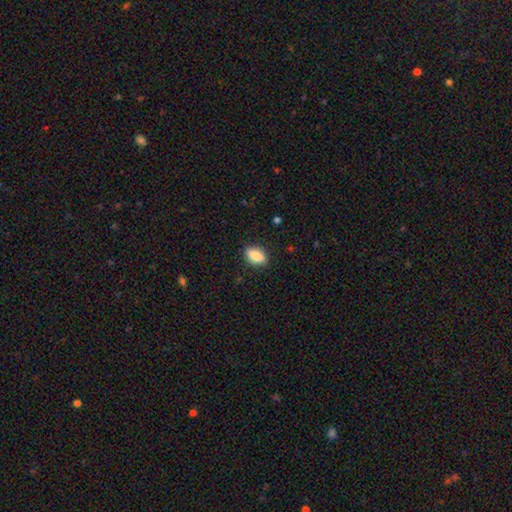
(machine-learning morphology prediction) Q: Smooth or featured?
A: smooth (85%); runner-up: star or artifact (7%)
Q: How rounded?
A: in between (87%); runner-up: round (8%)
Q: Merging?
A: none (87%); runner-up: minor disturbance (10%)